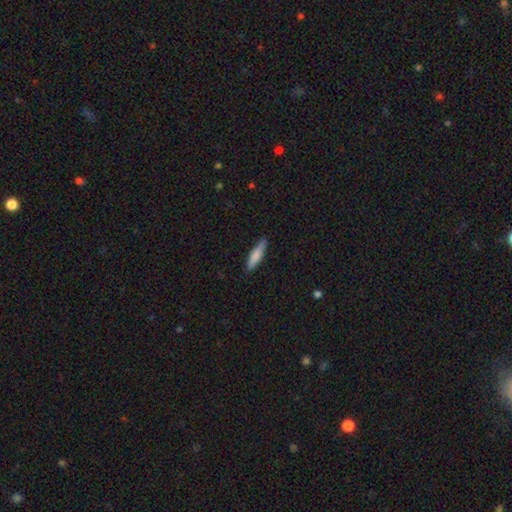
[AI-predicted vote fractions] Morphology: type=smooth (78%); roundness=cigar-shaped (79%); merging=none (85%).